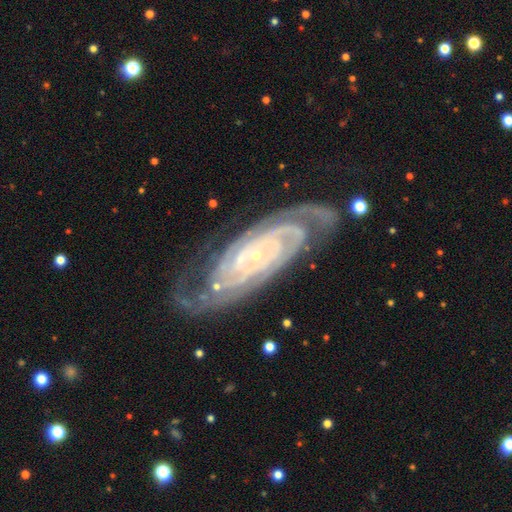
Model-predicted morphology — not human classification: The model was most divided on "spiral arm count": 2: 41%, 3: 20%, 4: 13%, can't tell: 12%, more than 4: 8%, 1: 6%. More confident: spiral arms — yes (99%); edge-on disk — no (95%); smooth or featured — featured or disk (93%); bulge size — small (88%); spiral winding — tight (80%); merging — none (74%); bar — no (64%).